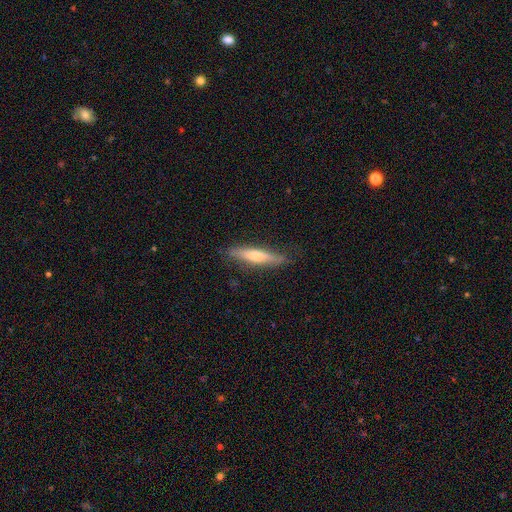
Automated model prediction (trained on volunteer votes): The model was most divided on "smooth or featured": smooth: 58%, featured or disk: 36%, star or artifact: 6%. More confident: how rounded — cigar-shaped (87%); merging — none (80%).